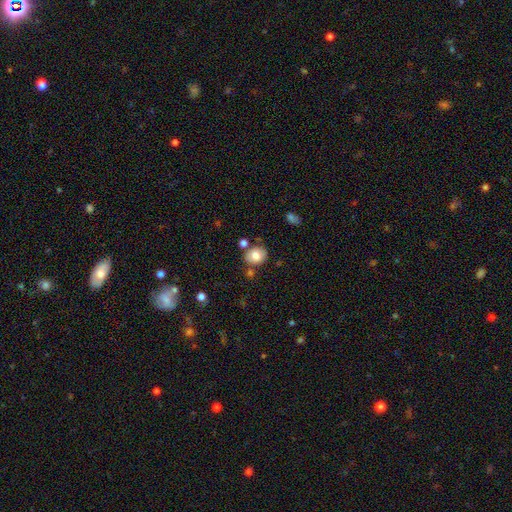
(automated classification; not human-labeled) This is likely a smooth galaxy (79%). How rounded: likely round (66%). Merging: likely none (74%).